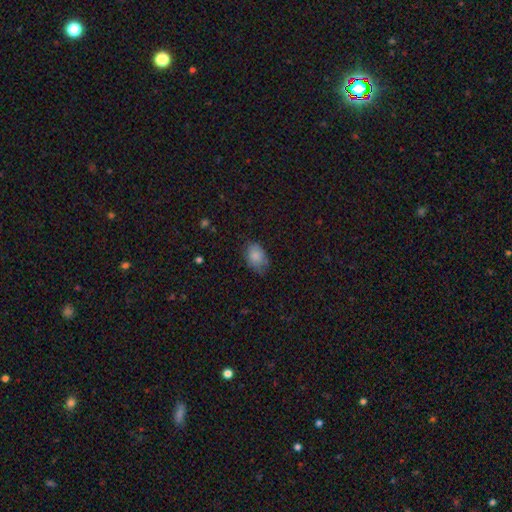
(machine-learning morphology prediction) type=smooth (84%); roundness=in between (83%); merging=none (63%).